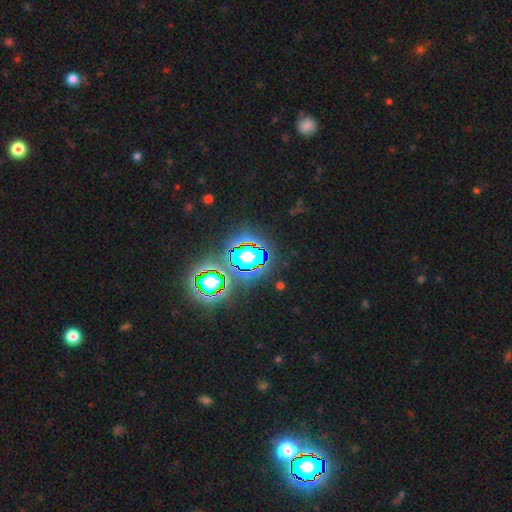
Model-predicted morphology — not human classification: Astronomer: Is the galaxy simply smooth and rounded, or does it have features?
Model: star or artifact — 82%.